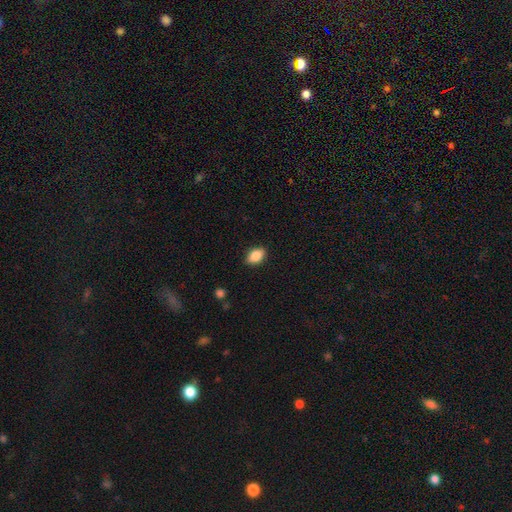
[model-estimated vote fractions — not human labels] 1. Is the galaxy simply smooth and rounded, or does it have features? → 84% smooth, 8% featured or disk, 8% star or artifact.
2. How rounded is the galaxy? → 84% in between, 14% round, 2% cigar-shaped.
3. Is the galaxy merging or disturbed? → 86% none, 11% minor disturbance, 2% major disturbance, 1% merger.